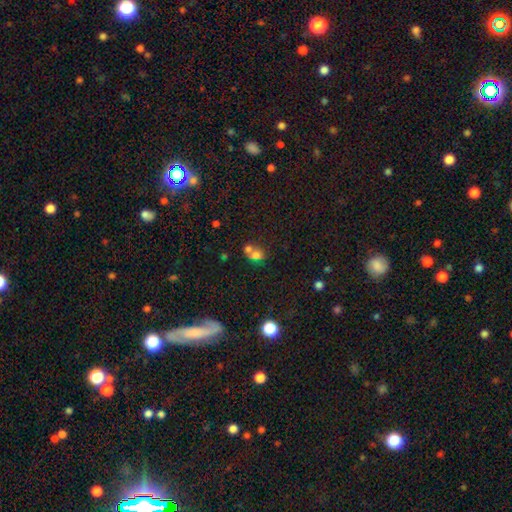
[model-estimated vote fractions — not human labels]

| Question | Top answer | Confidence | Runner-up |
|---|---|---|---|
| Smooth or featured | smooth | 65% | star or artifact (18%) |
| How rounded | round | 58% | in between (41%) |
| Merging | merger | 54% | none (33%) |